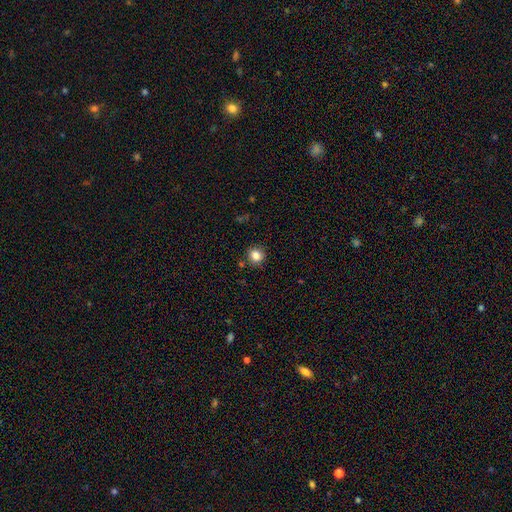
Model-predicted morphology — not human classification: Smooth or featured: smooth — 83% (star or artifact — 11%)
How rounded: round — 88% (in between — 11%)
Merging: none — 88% (minor disturbance — 7%)